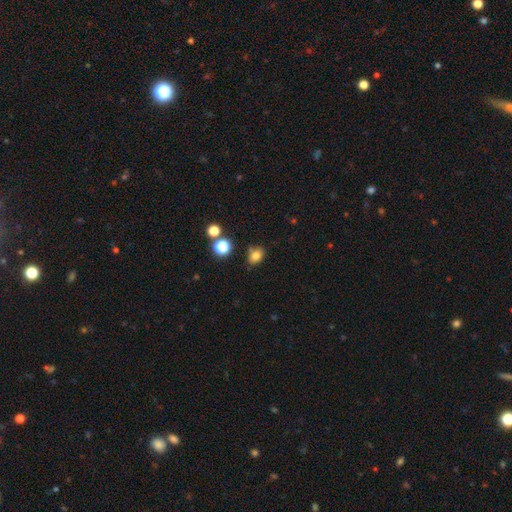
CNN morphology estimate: type=smooth (79%); roundness=in between (59%); merging=none (76%).